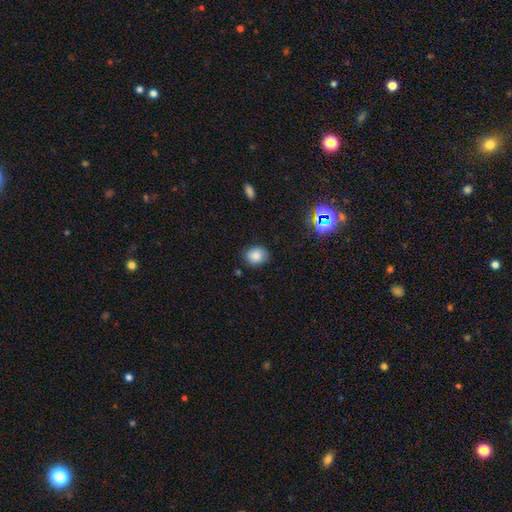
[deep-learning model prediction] This appears to be a smooth galaxy with no disk features (83%) that is round (54%). Merging: none (83%).